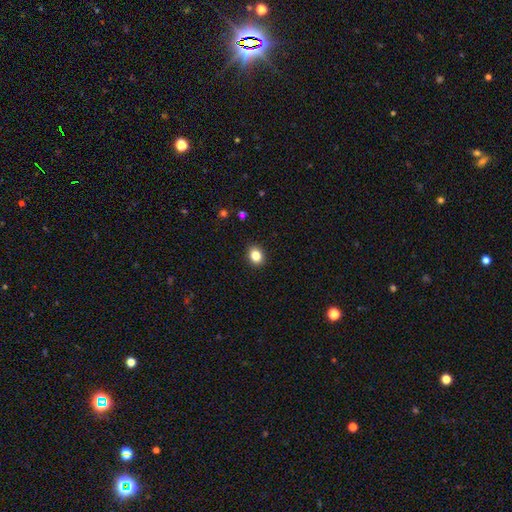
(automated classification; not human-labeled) This appears to be a smooth galaxy with no disk features (84%) that is round (50%). Merging: none (90%).